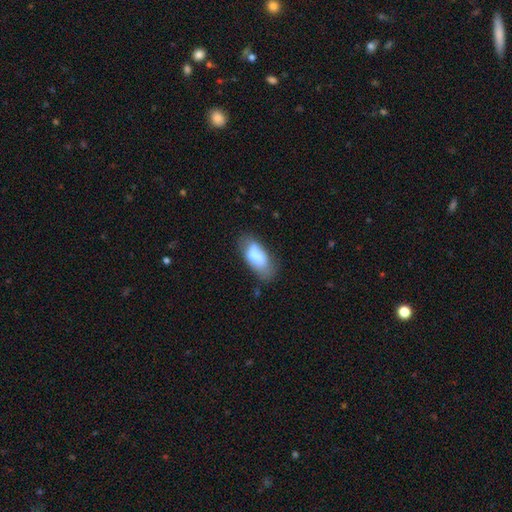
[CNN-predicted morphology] Smooth or featured?
  - smooth: 75% *
  - featured or disk: 17%
  - star or artifact: 7%
How rounded?
  - in between: 89% *
  - cigar-shaped: 8%
  - round: 3%
Merging?
  - none: 55% *
  - minor disturbance: 28%
  - major disturbance: 11%
  - merger: 6%